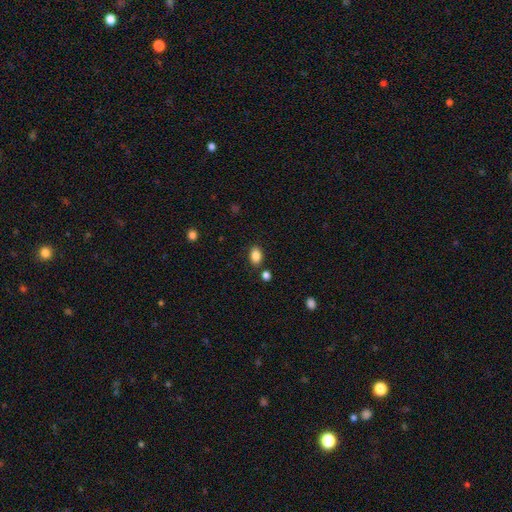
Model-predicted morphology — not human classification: type=smooth (86%); roundness=in between (84%); merging=none (82%).